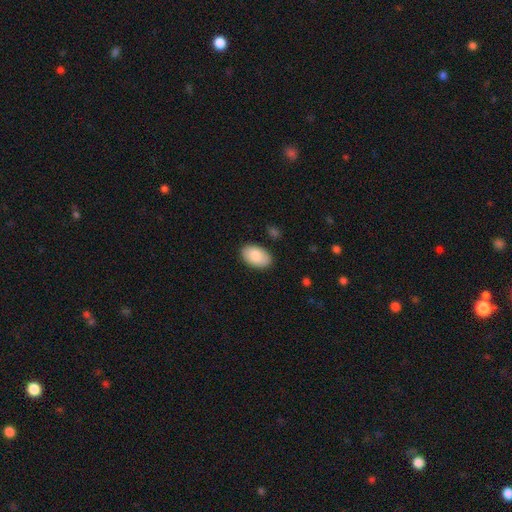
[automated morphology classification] A smooth galaxy with no disk features (82%) that is in between round and cigar-shaped (93%).

Vote fractions:
- Smooth or featured? smooth: 82% / featured or disk: 12% / star or artifact: 6%
- How rounded? in between: 93% / round: 6% / cigar-shaped: 1%
- Merging? none: 87% / minor disturbance: 10% / major disturbance: 2% / merger: 1%